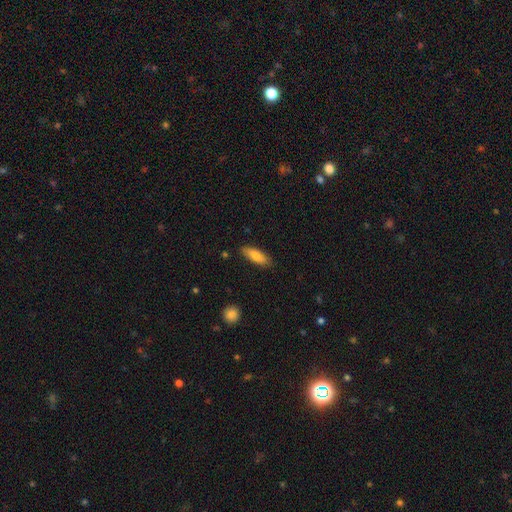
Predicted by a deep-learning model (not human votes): smooth_or_featured: smooth (p=0.79) [alt: featured or disk p=0.15]
how_rounded: in between (p=0.59) [alt: cigar-shaped p=0.39]
merging: none (p=0.85) [alt: minor disturbance p=0.12]